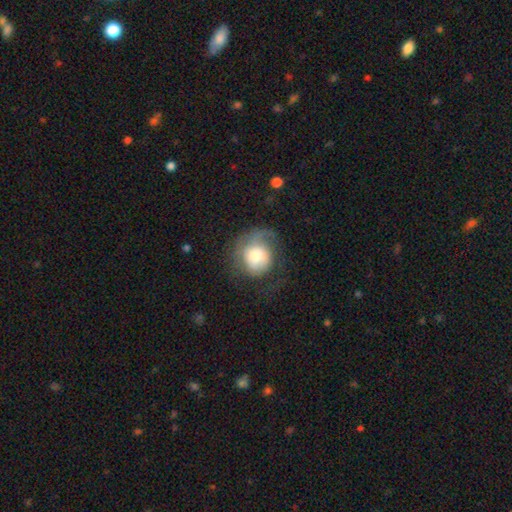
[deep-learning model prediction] Smooth or featured?
  - smooth: 52% *
  - featured or disk: 40%
  - star or artifact: 8%
How rounded?
  - round: 78% *
  - in between: 21%
  - cigar-shaped: 1%
Merging?
  - none: 45% *
  - major disturbance: 31%
  - minor disturbance: 22%
  - merger: 2%